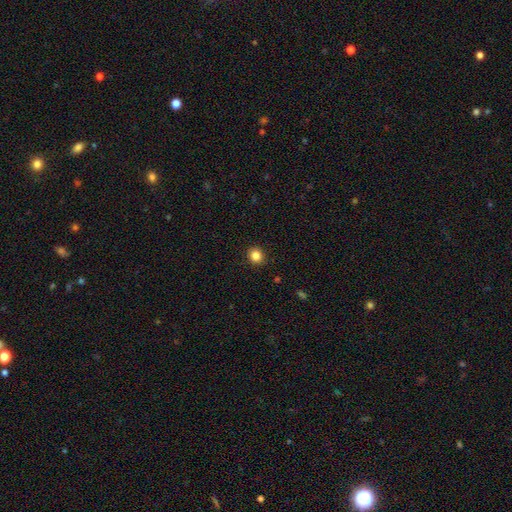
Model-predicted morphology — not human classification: Smooth or featured?
  - smooth: 85% *
  - star or artifact: 11%
  - featured or disk: 4%
How rounded?
  - round: 86% *
  - in between: 13%
  - cigar-shaped: 1%
Merging?
  - none: 92% *
  - minor disturbance: 5%
  - major disturbance: 2%
  - merger: 1%